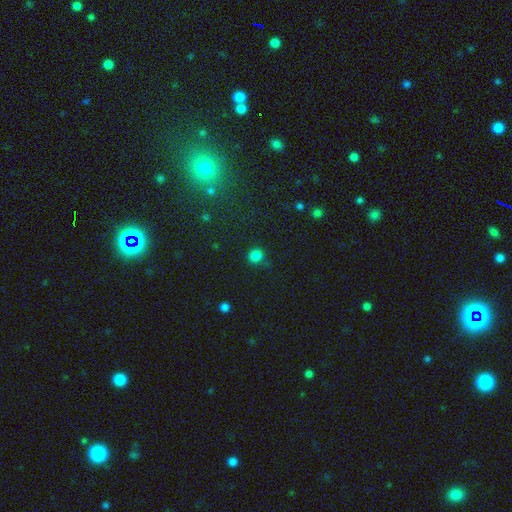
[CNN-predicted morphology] smooth-or-featured: smooth: 82% | star or artifact: 14% | featured or disk: 4%
  how-rounded: round: 86% | in between: 13% | cigar-shaped: 1%
  merging: none: 81% | minor disturbance: 13% | major disturbance: 4% | merger: 3%